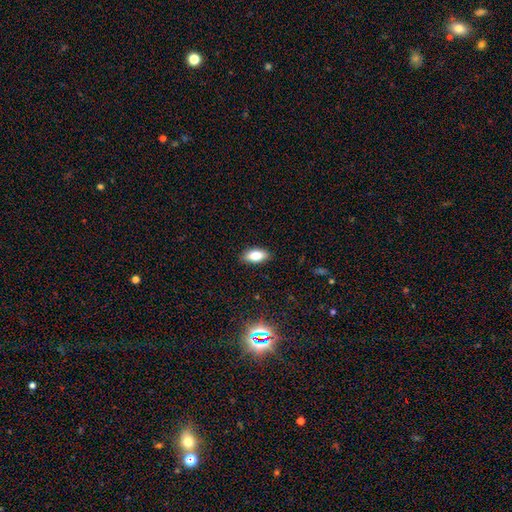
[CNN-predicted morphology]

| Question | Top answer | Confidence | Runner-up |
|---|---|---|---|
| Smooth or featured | smooth | 81% | featured or disk (11%) |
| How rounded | in between | 89% | cigar-shaped (7%) |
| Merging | none | 88% | minor disturbance (9%) |